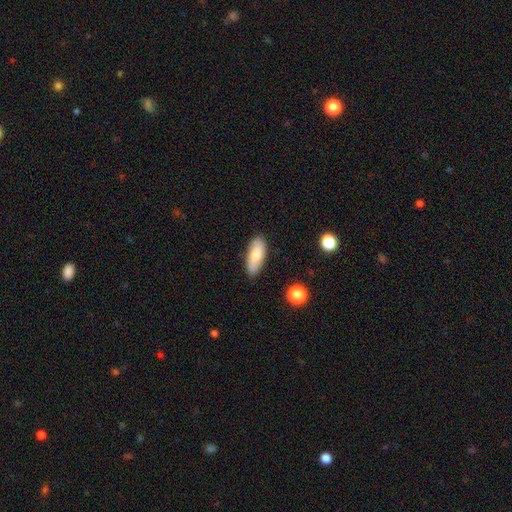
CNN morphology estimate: smooth_or_featured: smooth (p=0.73) [alt: featured or disk p=0.20]
how_rounded: in between (p=0.82) [alt: cigar-shaped p=0.16]
merging: none (p=0.82) [alt: minor disturbance p=0.14]